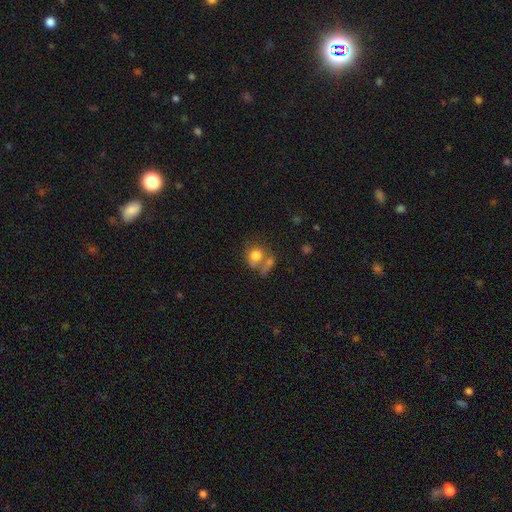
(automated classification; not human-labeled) The model was most divided on "merging" (2-way tie): merger: 36%, none: 36%, minor disturbance: 15%, major disturbance: 13%. More confident: smooth or featured — smooth (75%); how rounded — round (69%).